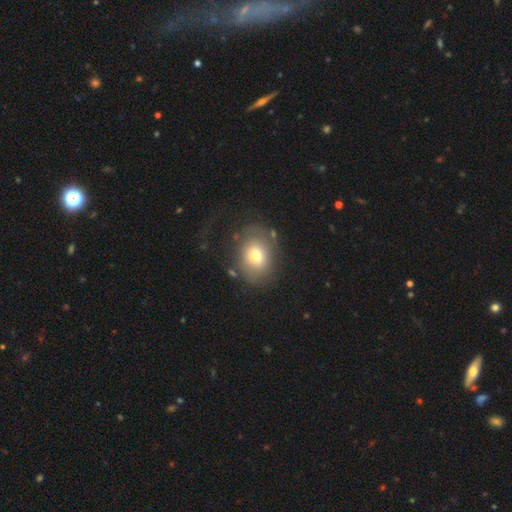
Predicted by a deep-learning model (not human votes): Smooth or featured?
  - smooth: 69% *
  - featured or disk: 20%
  - star or artifact: 11%
How rounded?
  - in between: 56% *
  - round: 43%
  - cigar-shaped: 1%
Merging?
  - none: 67% *
  - minor disturbance: 18%
  - major disturbance: 11%
  - merger: 4%